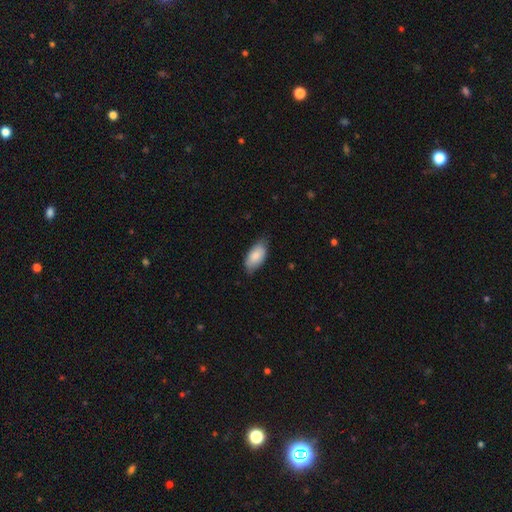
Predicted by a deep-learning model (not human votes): Morphology: type=smooth (84%); roundness=in between (94%); merging=none (73%).